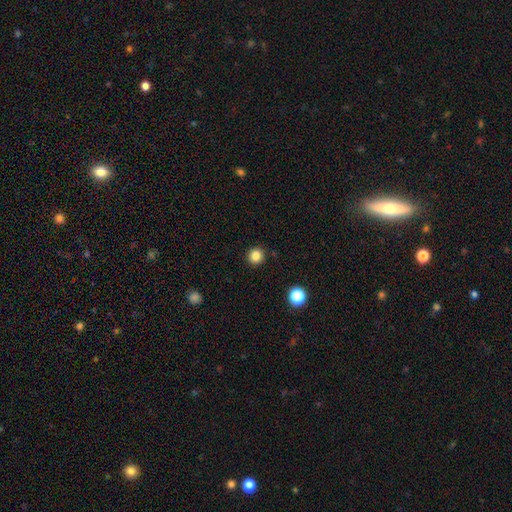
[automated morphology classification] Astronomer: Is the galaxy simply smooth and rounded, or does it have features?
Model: smooth — 83%.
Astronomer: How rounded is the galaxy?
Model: round — 93%.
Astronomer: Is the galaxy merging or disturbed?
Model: none — 92%.